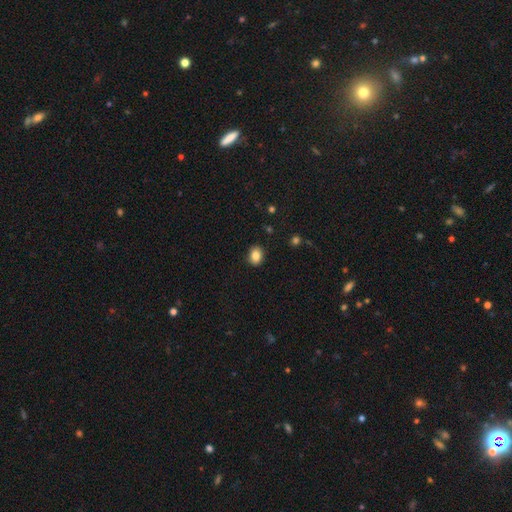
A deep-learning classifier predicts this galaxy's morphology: Smooth or featured? smooth (85%)
How rounded? in between (61%)
Merging? none (88%)